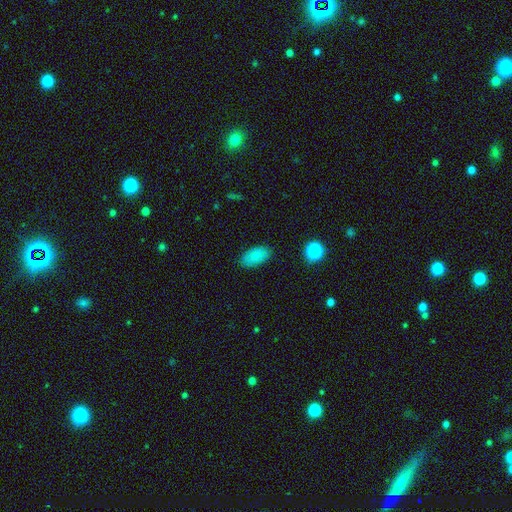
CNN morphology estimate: smooth-or-featured: smooth: 84% | star or artifact: 9% | featured or disk: 7%
  how-rounded: in between: 93% | round: 4% | cigar-shaped: 3%
  merging: none: 85% | minor disturbance: 11% | major disturbance: 3% | merger: 1%